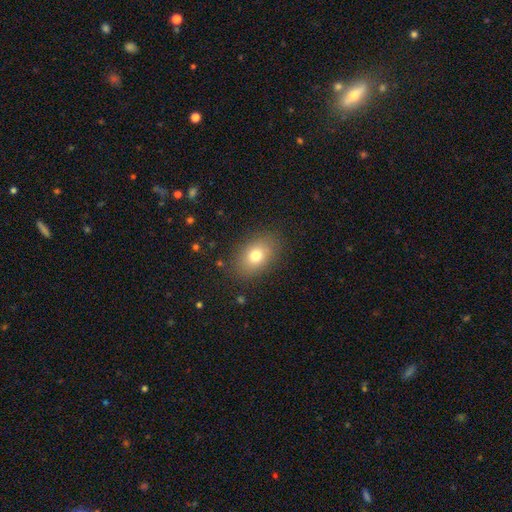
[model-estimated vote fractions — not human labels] Smooth or featured: smooth — 75% (featured or disk — 14%)
How rounded: in between — 78% (round — 20%)
Merging: none — 85% (minor disturbance — 10%)